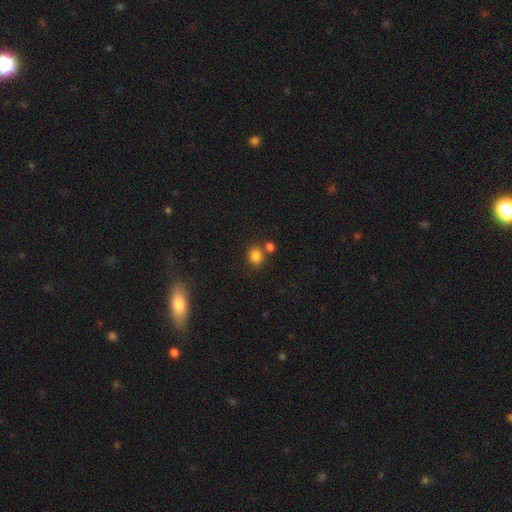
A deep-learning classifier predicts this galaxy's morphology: Smooth or featured? smooth (83%)
How rounded? round (66%)
Merging? none (64%)